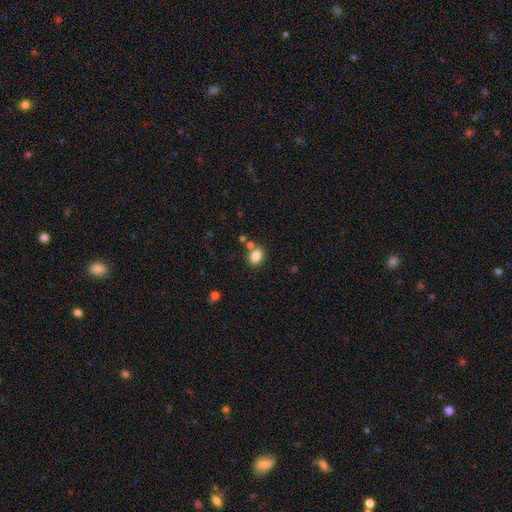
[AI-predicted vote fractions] Smooth or featured?
  - smooth: 83% *
  - star or artifact: 10%
  - featured or disk: 7%
How rounded?
  - in between: 67% *
  - round: 32%
  - cigar-shaped: 1%
Merging?
  - none: 71% *
  - merger: 14%
  - minor disturbance: 12%
  - major disturbance: 3%